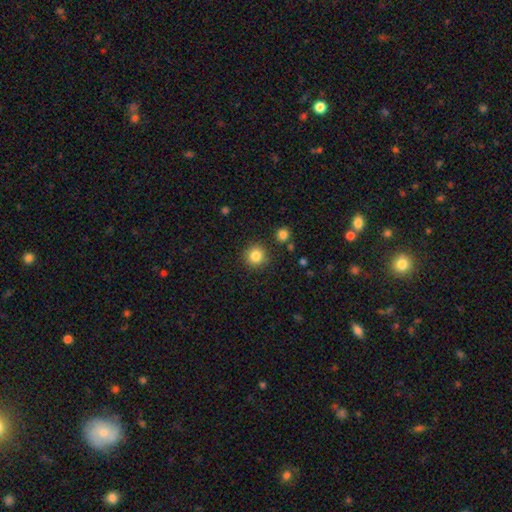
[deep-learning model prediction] Smooth or featured: smooth — 84% (star or artifact — 11%)
How rounded: round — 94% (in between — 5%)
Merging: none — 88% (minor disturbance — 7%)